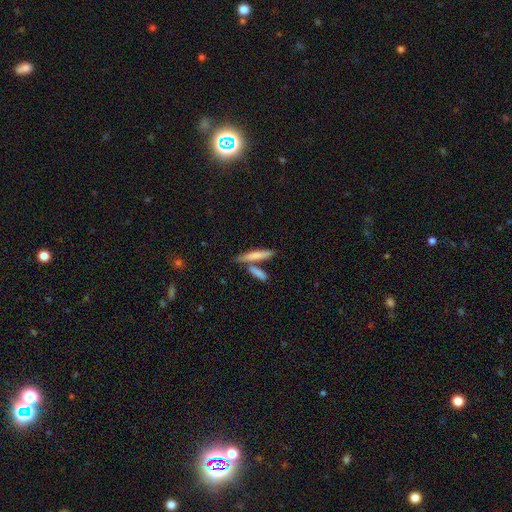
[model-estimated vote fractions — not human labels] smooth 74%, featured or disk 20%, star or artifact 6%. Down the decision tree: how rounded — cigar-shaped (86%); merging — none (63%).